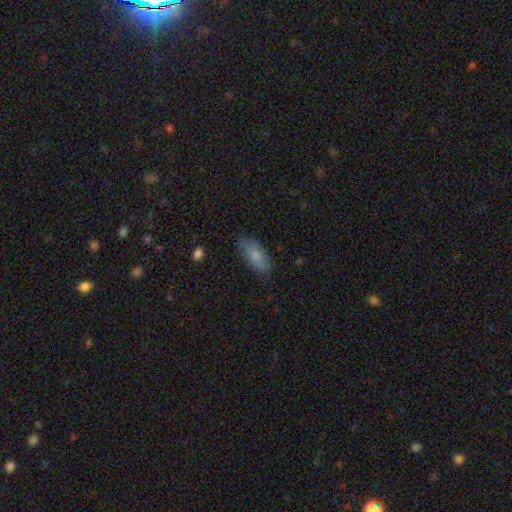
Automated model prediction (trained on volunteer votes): The model was most divided on "merging": none: 78%, minor disturbance: 17%, major disturbance: 3%, merger: 1%. More confident: how rounded — in between (87%); smooth or featured — smooth (78%).